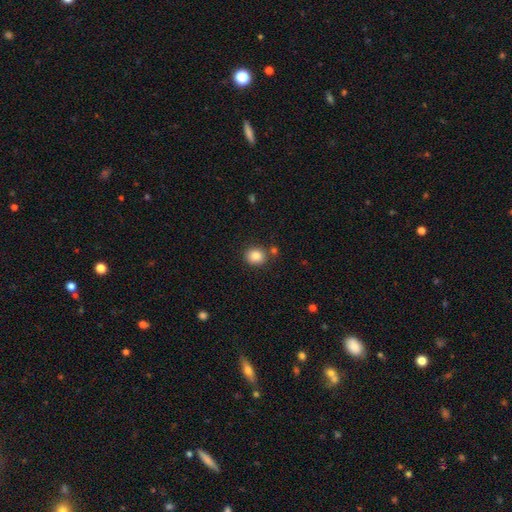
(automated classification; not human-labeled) smooth_or_featured: smooth (p=0.85) [alt: star or artifact p=0.10]
how_rounded: round (p=0.73) [alt: in between p=0.26]
merging: none (p=0.80) [alt: minor disturbance p=0.10]